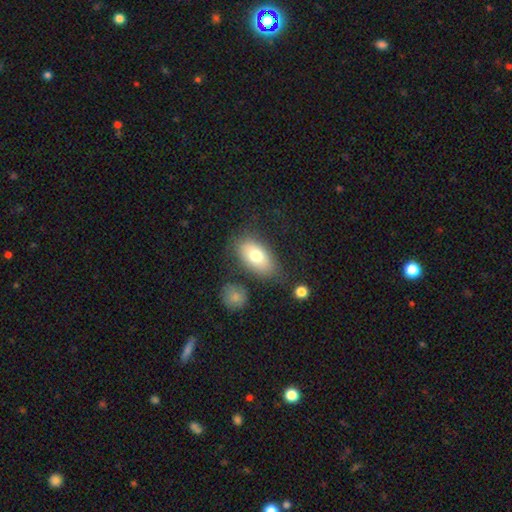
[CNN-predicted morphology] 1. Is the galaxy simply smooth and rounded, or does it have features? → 73% smooth, 19% featured or disk, 8% star or artifact.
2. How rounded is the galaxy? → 89% in between, 8% round, 3% cigar-shaped.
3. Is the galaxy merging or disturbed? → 72% none, 16% minor disturbance, 7% major disturbance, 5% merger.